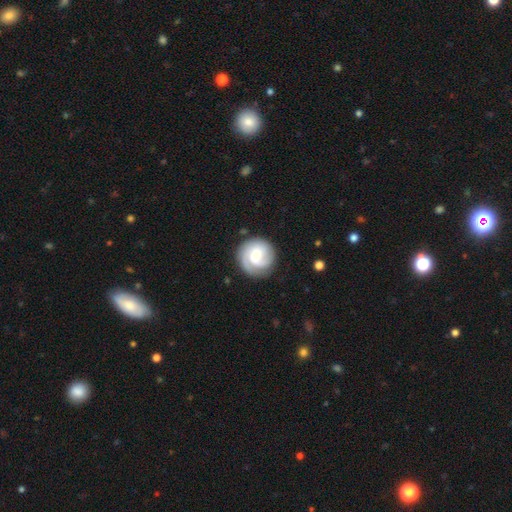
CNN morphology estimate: A featured or disk galaxy (75%) with no bar (47%), 2 (38%) tight (57%) spiral arms (95%) and a moderate central bulge (58%).

Vote fractions:
- Smooth or featured? featured or disk: 75% / smooth: 19% / star or artifact: 5%
- Edge-on disk? no: 98% / yes: 2%
- Bar? no: 47% / weak: 44% / strong: 9%
- Spiral arms? yes: 95% / no: 5%
- Spiral winding? tight: 57% / medium: 32% / loose: 11%
- Spiral arm count? 2: 38% / 1: 22% / 3: 18% / can't tell: 16% / 4: 3% / more than 4: 3%
- Bulge size? moderate: 58% / small: 32% / large: 6% / none: 2% / dominant: 1%
- Merging? none: 81% / minor disturbance: 12% / major disturbance: 5% / merger: 1%